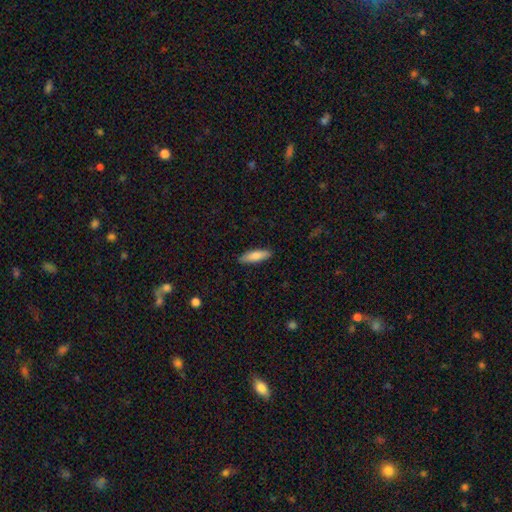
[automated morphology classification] smooth-or-featured: smooth: 83% | featured or disk: 12% | star or artifact: 6%
  how-rounded: cigar-shaped: 57% | in between: 41% | round: 2%
  merging: none: 89% | minor disturbance: 8% | major disturbance: 2% | merger: 1%